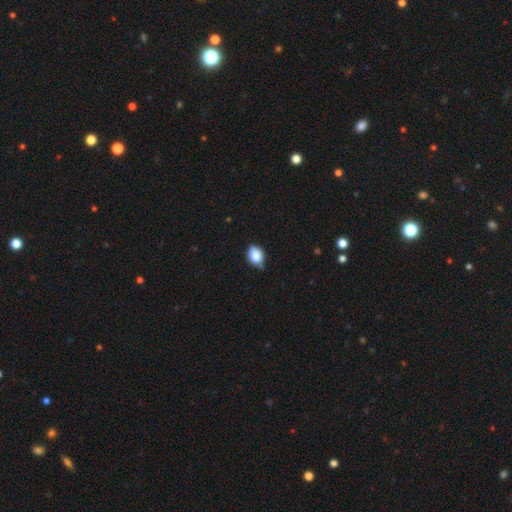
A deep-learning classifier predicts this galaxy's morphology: smooth_or_featured: smooth (p=0.80) [alt: featured or disk p=0.11]
how_rounded: in between (p=0.67) [alt: round p=0.31]
merging: none (p=0.57) [alt: minor disturbance p=0.34]